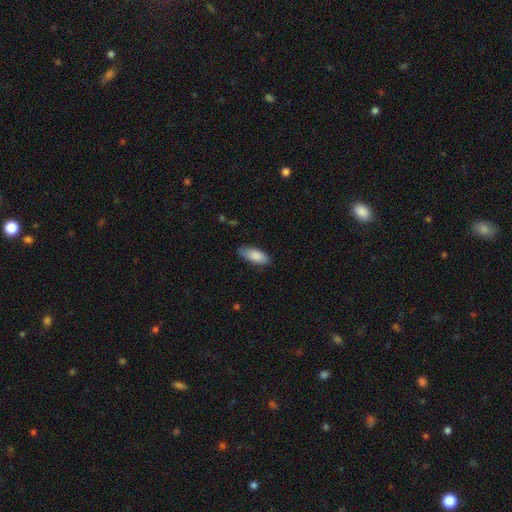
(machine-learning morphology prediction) Q: Smooth or featured?
A: smooth (86%); runner-up: featured or disk (8%)
Q: How rounded?
A: in between (80%); runner-up: cigar-shaped (18%)
Q: Merging?
A: none (80%); runner-up: minor disturbance (17%)